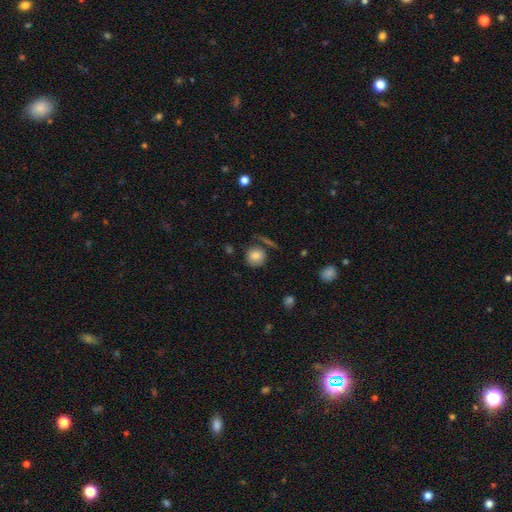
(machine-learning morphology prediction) This appears to be a smooth galaxy with no disk features (81%) that is round (89%). Merging: none (75%).